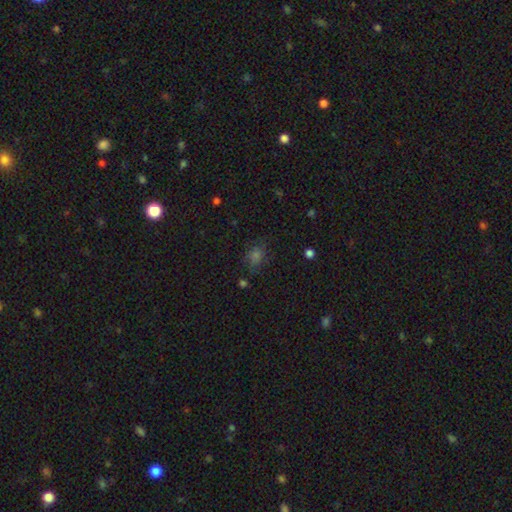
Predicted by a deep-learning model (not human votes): This is possibly a smooth galaxy (60%). How rounded: possibly round (51%). Merging: likely none (74%).